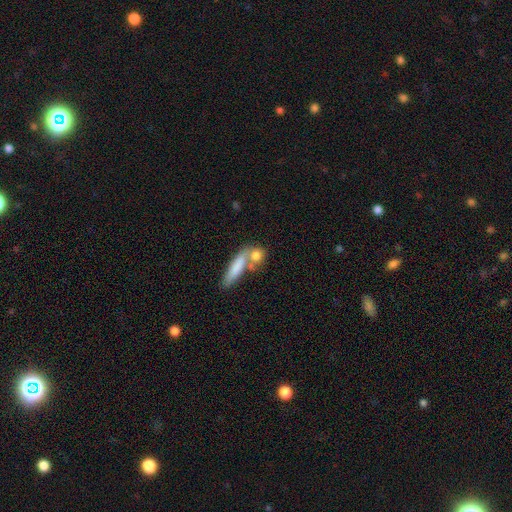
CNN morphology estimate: A smooth galaxy with no disk features (78%) that is round (44%). Merging: none (48%).